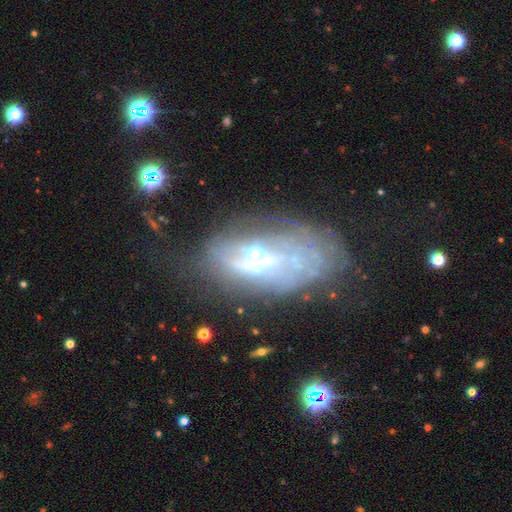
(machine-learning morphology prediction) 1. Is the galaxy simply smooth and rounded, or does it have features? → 63% featured or disk, 23% smooth, 14% star or artifact.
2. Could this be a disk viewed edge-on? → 86% no, 14% yes.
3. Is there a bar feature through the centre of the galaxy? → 69% no, 19% weak, 12% strong.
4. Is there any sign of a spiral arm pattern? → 73% no, 27% yes.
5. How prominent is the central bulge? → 46% moderate, 28% small, 13% none, 10% large, 3% dominant.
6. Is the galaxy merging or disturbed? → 46% none, 26% major disturbance, 21% minor disturbance, 7% merger.